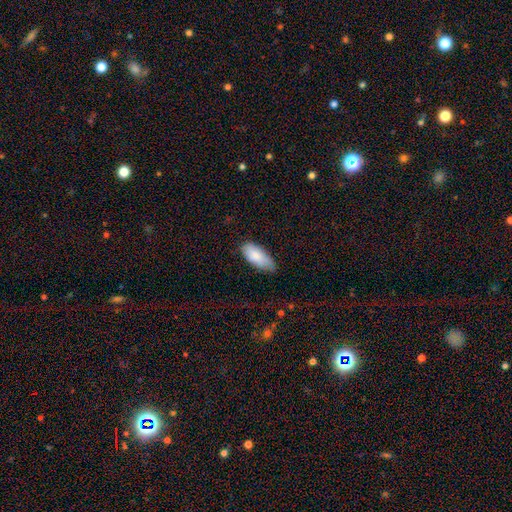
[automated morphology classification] Q: Smooth or featured?
A: smooth (83%); runner-up: featured or disk (11%)
Q: How rounded?
A: in between (88%); runner-up: cigar-shaped (10%)
Q: Merging?
A: none (56%); runner-up: minor disturbance (36%)